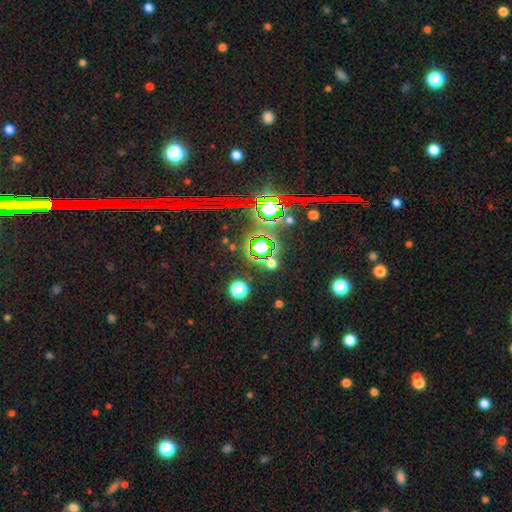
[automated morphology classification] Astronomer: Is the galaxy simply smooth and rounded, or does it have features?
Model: star or artifact — 78%.